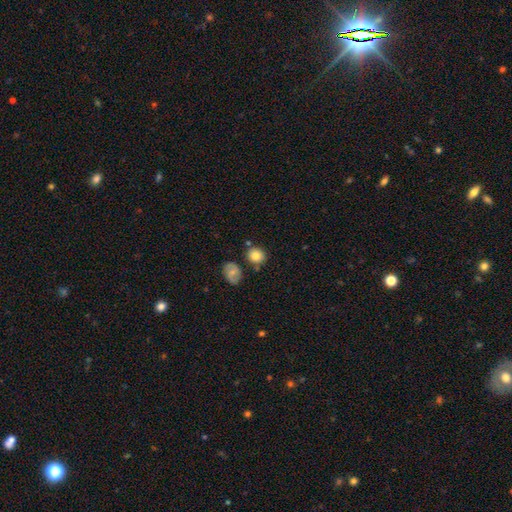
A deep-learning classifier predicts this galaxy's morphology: Smooth or featured: smooth — 81% (featured or disk — 11%)
How rounded: round — 78% (in between — 21%)
Merging: none — 74% (merger — 12%)